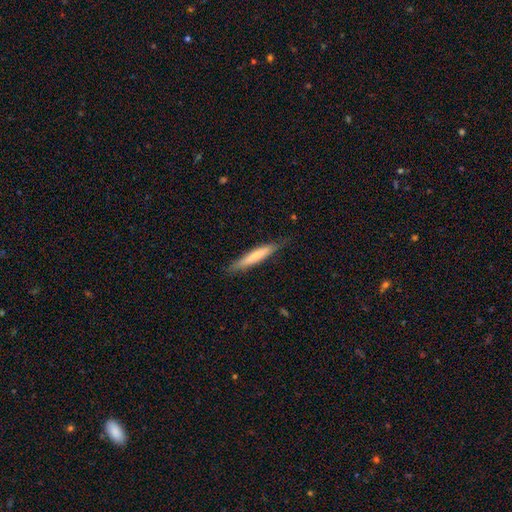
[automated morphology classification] Smooth or featured: smooth — 67% (featured or disk — 28%)
How rounded: cigar-shaped — 91% (in between — 8%)
Merging: none — 80% (minor disturbance — 16%)